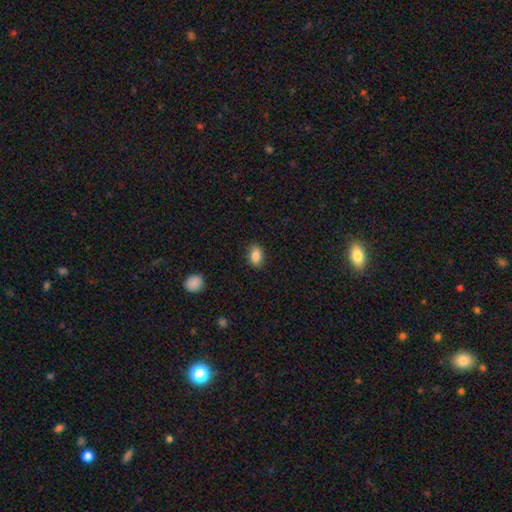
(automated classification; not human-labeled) Morphology: type=smooth (86%); roundness=in between (85%); merging=none (86%).